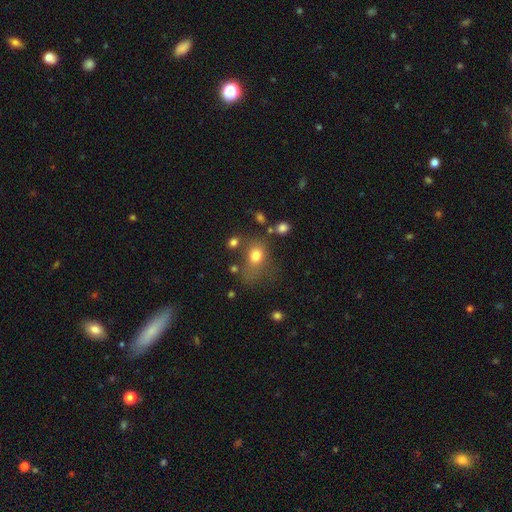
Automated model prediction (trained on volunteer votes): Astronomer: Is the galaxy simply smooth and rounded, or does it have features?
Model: smooth — 75%.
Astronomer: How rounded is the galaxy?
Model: in between — 56% (runner-up: round, 43%).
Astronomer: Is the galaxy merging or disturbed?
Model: none — 46% (runner-up: minor disturbance, 23%).